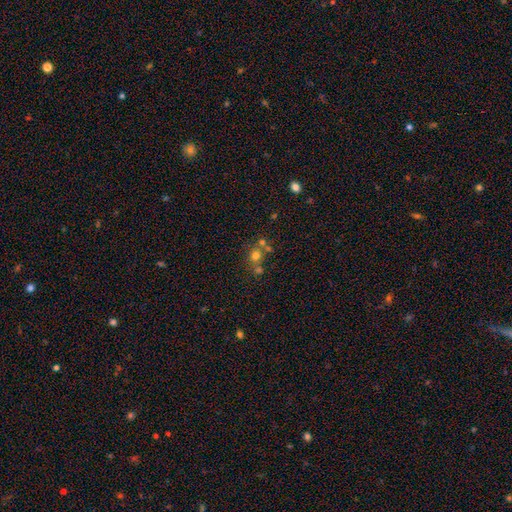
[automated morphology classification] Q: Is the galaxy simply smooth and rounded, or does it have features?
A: smooth — 68%.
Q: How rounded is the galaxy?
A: round — 83%.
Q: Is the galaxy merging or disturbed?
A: none — 54%.